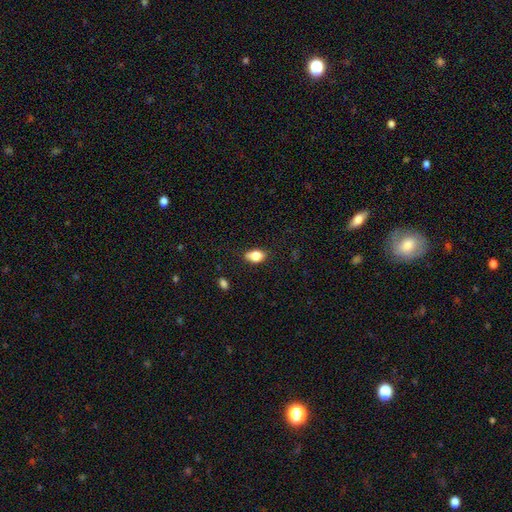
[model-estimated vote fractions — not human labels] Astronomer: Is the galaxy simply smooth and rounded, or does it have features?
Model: smooth — 83%.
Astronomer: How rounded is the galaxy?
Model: in between — 82%.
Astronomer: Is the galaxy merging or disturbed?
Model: none — 75%.